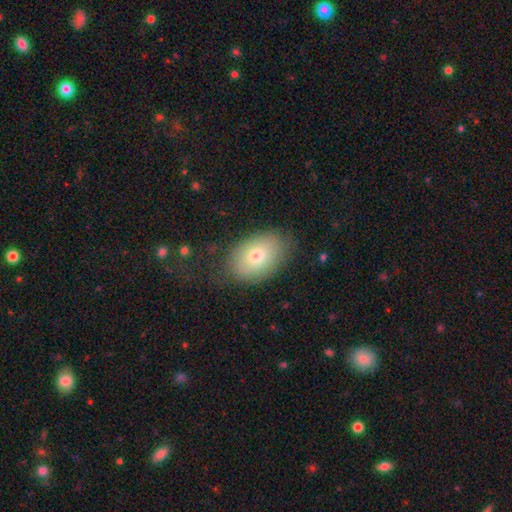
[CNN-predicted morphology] Overall: smooth (74%). How rounded: in between (82%). Merging: none (74%).